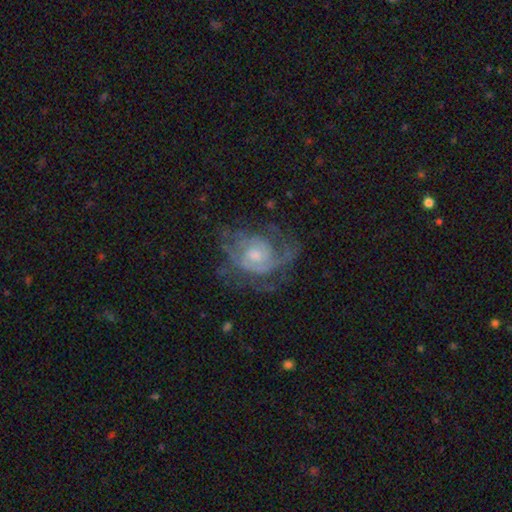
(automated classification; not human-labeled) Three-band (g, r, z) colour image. It shows a featured or disk galaxy (80%) with no bar (68%), tight (46%) spiral arms (86%) and a moderate central bulge (48%). Merging: none (52%).